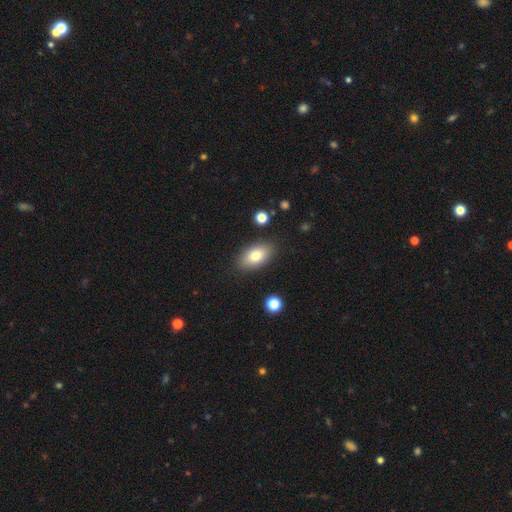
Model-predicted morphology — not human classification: Smooth or featured?
  - smooth: 78% *
  - featured or disk: 14%
  - star or artifact: 8%
How rounded?
  - in between: 91% *
  - round: 6%
  - cigar-shaped: 3%
Merging?
  - none: 86% *
  - minor disturbance: 10%
  - major disturbance: 3%
  - merger: 2%